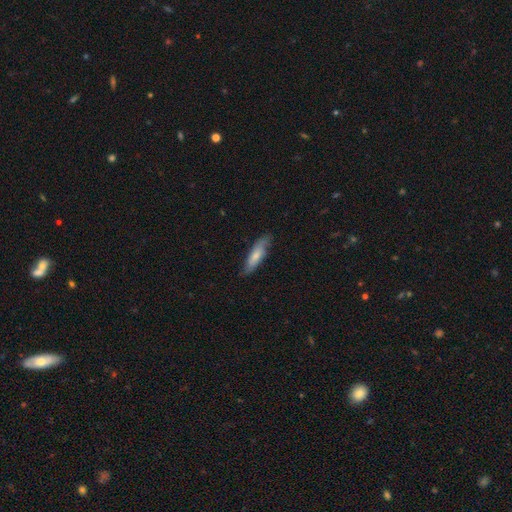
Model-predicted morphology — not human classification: This appears to be a smooth galaxy with no disk features (67%) that is cigar-shaped (62%). Merging: none (75%).